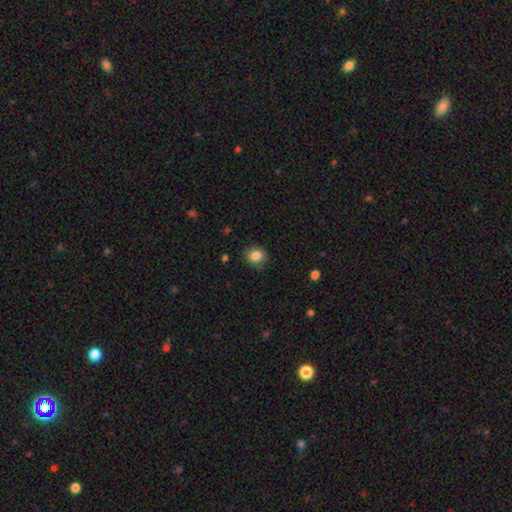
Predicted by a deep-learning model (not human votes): smooth_or_featured: smooth (p=0.85) [alt: star or artifact p=0.10]
how_rounded: round (p=0.70) [alt: in between p=0.29]
merging: none (p=0.82) [alt: minor disturbance p=0.13]